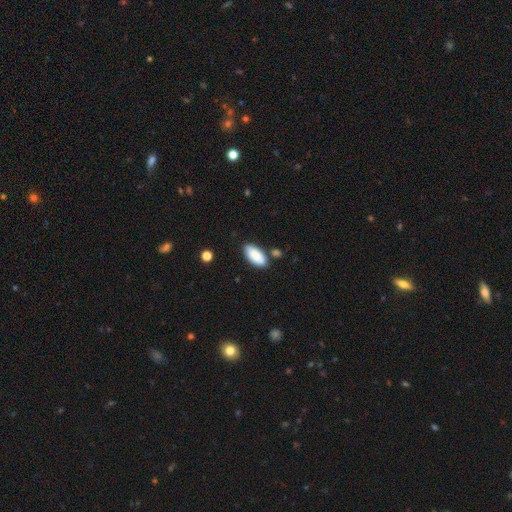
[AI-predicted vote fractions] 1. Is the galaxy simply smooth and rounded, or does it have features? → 87% smooth, 7% featured or disk, 6% star or artifact.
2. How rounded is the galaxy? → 92% in between, 6% cigar-shaped, 2% round.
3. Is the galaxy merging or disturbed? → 76% none, 14% minor disturbance, 7% merger, 3% major disturbance.